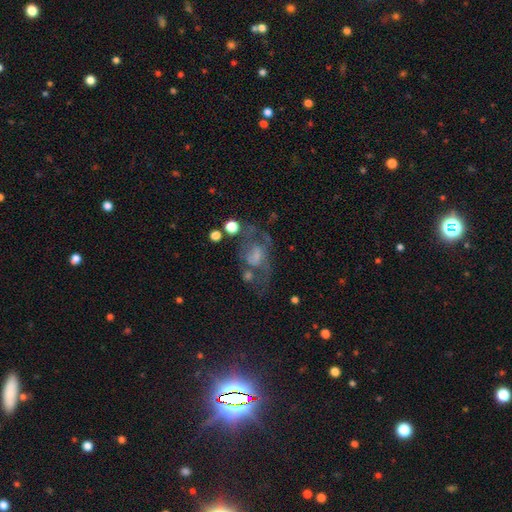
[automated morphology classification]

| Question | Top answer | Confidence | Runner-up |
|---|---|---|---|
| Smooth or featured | featured or disk | 55% | smooth (29%) |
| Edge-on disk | no | 95% | yes (5%) |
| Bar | no | 64% | weak (29%) |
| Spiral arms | no | 54% | yes (46%) |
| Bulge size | none | 34% | small (30%) |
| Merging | none | 38% | major disturbance (32%) |